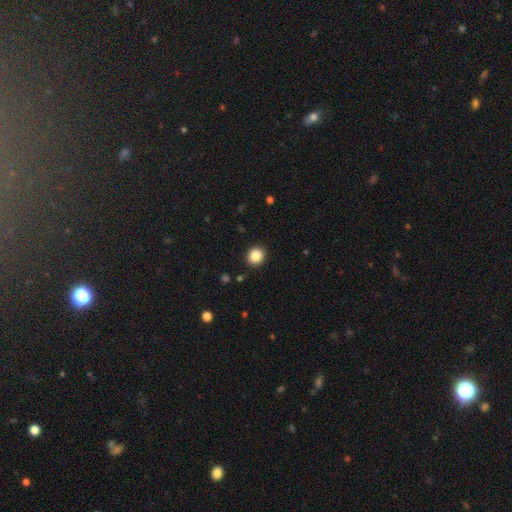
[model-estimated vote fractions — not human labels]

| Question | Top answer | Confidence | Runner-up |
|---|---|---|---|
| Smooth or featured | smooth | 85% | star or artifact (10%) |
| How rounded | round | 85% | in between (14%) |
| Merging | none | 92% | minor disturbance (6%) |